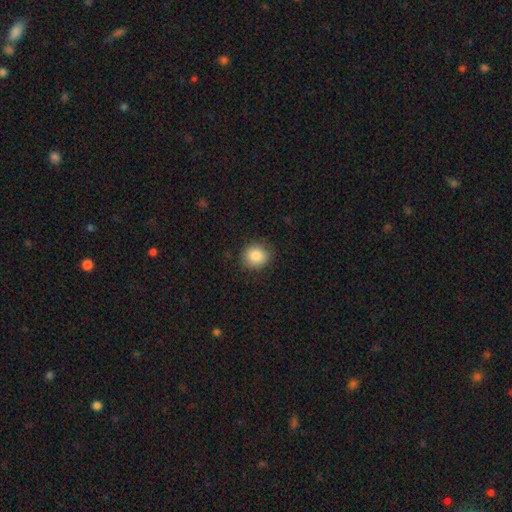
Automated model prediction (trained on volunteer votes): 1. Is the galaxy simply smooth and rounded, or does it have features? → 88% smooth, 8% star or artifact, 4% featured or disk.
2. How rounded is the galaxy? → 82% round, 17% in between, 1% cigar-shaped.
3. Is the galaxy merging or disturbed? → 86% none, 10% minor disturbance, 3% major disturbance, 1% merger.